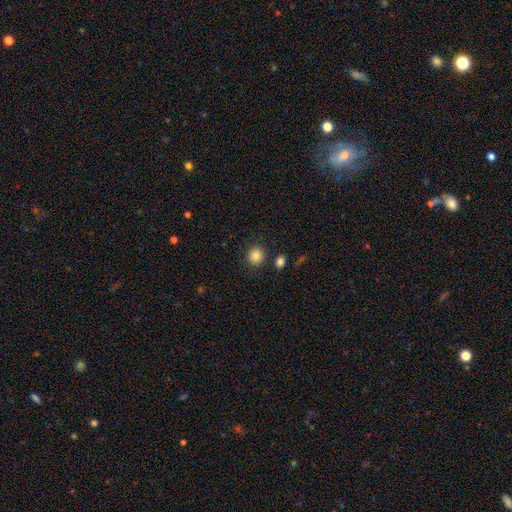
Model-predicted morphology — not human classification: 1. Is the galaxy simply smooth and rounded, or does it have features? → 86% smooth, 10% star or artifact, 4% featured or disk.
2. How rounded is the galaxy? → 84% round, 15% in between, 1% cigar-shaped.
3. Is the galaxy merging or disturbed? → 85% none, 8% minor disturbance, 4% merger, 3% major disturbance.